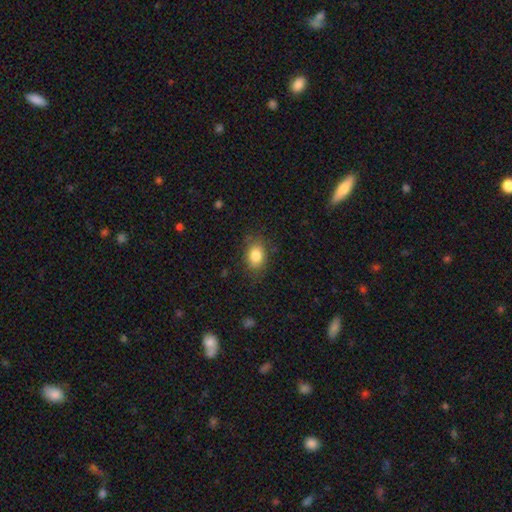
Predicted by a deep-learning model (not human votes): Q: Smooth or featured?
A: smooth (83%); runner-up: star or artifact (9%)
Q: How rounded?
A: in between (74%); runner-up: round (25%)
Q: Merging?
A: none (79%); runner-up: minor disturbance (15%)